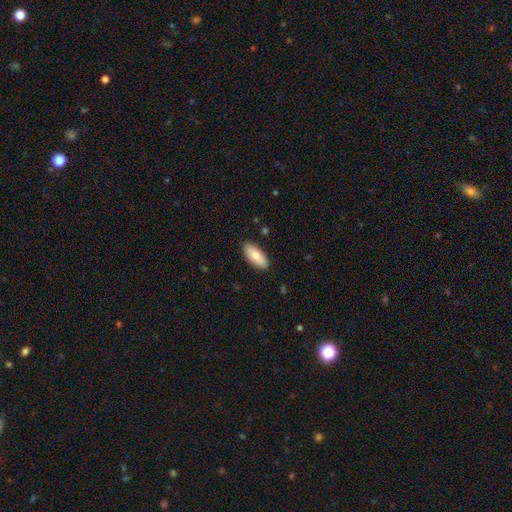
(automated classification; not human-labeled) Morphology: type=smooth (77%); roundness=in between (90%); merging=none (87%).